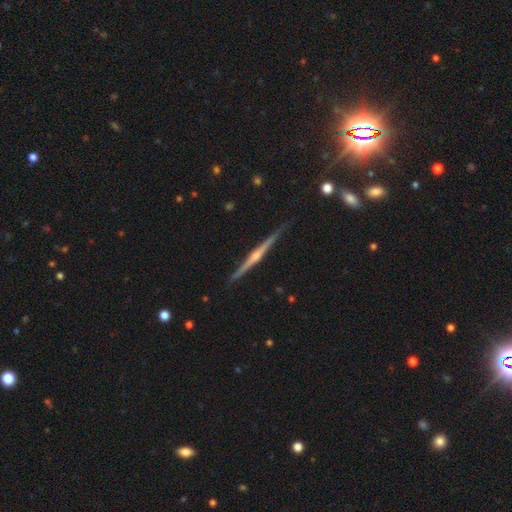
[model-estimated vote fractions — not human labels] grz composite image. It shows a featured or disk galaxy (80%) viewed edge-on (98%) with a rounded central bulge (78%). Merging: none (89%).